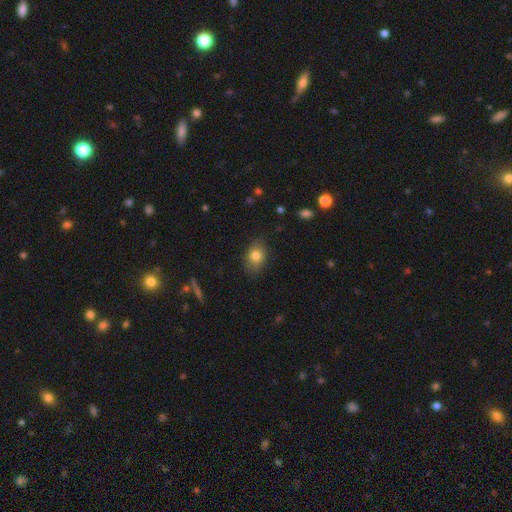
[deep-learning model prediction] This appears to be a smooth galaxy with no disk features (80%) that is in between round and cigar-shaped (73%). Merging: none (81%).